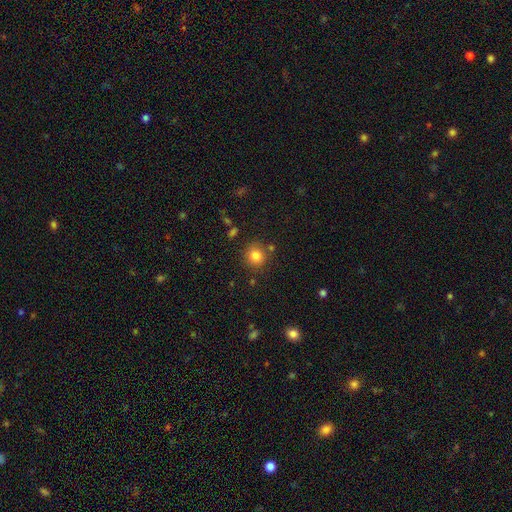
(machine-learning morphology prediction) type=smooth (82%); roundness=round (89%); merging=none (82%).